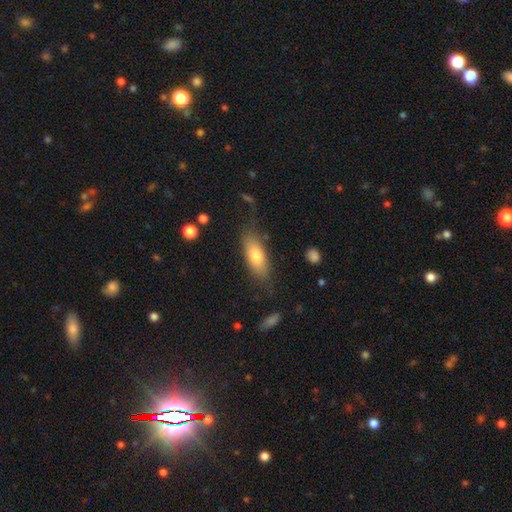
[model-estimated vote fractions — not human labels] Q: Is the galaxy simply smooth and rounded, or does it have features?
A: smooth — 73%.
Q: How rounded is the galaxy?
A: in between — 73%.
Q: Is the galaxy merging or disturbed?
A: none — 70%.